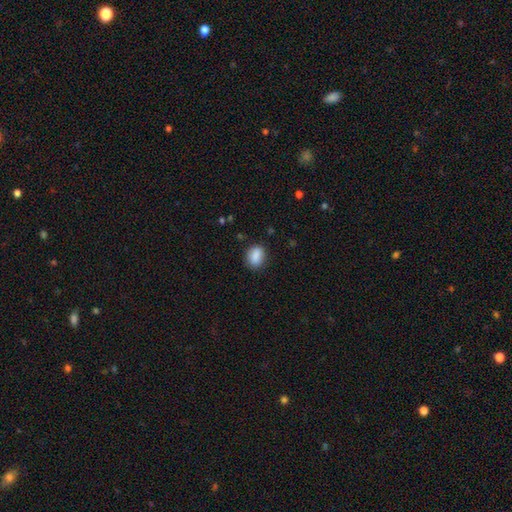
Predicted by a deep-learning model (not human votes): Q: Smooth or featured?
A: smooth (86%); runner-up: star or artifact (8%)
Q: How rounded?
A: in between (66%); runner-up: round (32%)
Q: Merging?
A: none (81%); runner-up: minor disturbance (14%)